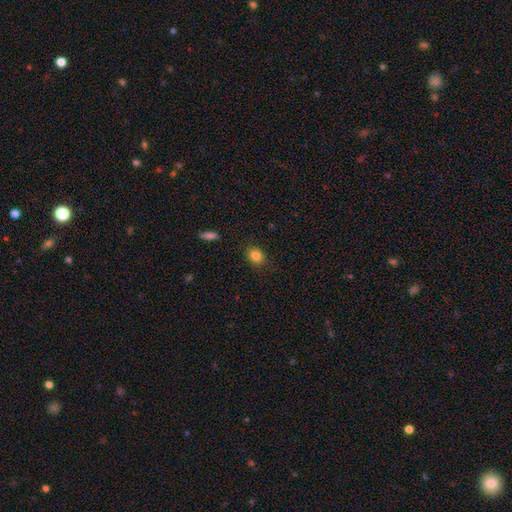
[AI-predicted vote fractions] This is clearly a smooth galaxy (83%). How rounded: possibly round (50%). Merging: clearly none (86%).